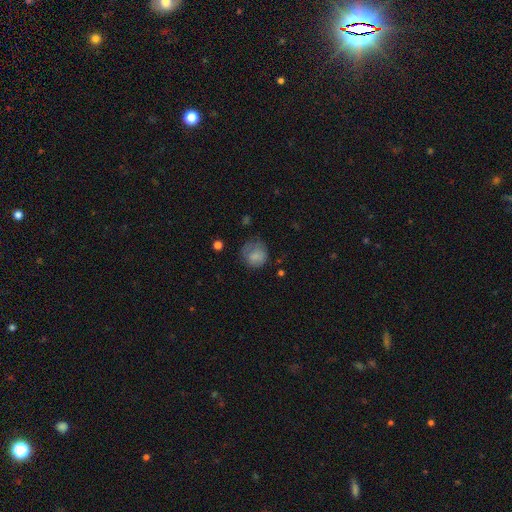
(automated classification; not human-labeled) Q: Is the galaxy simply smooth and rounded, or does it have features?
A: smooth — 79%.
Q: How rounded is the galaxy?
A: round — 82%.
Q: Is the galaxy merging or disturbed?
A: none — 55%.